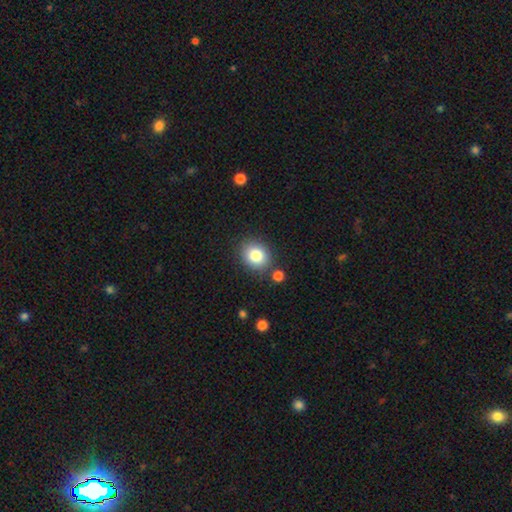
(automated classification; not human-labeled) Morphology: type=smooth (82%); roundness=round (72%); merging=none (81%).